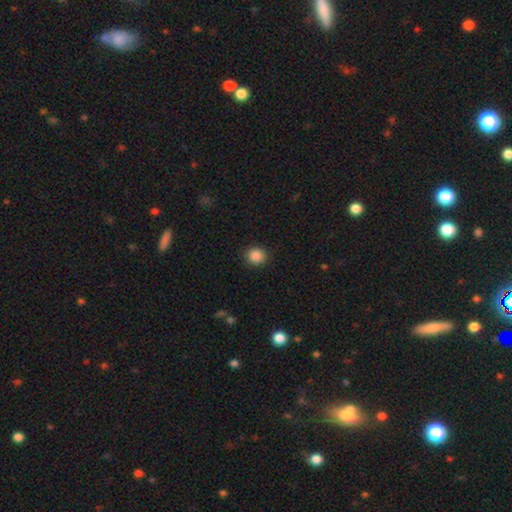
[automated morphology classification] This is clearly a smooth galaxy (87%). How rounded: clearly round (84%). Merging: clearly none (91%).